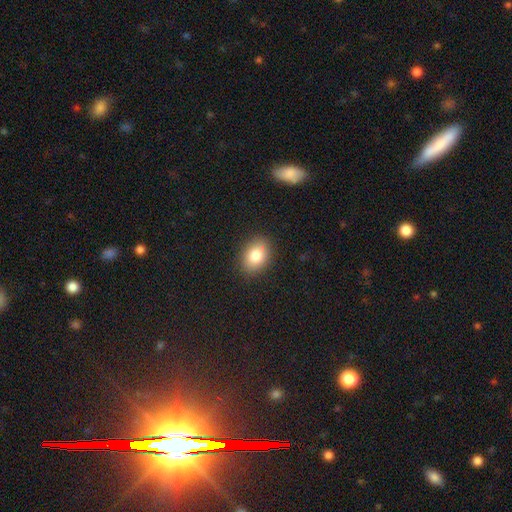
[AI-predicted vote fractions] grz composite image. It shows a smooth galaxy with no disk features (81%) that is in between round and cigar-shaped (72%). Merging: none (86%).